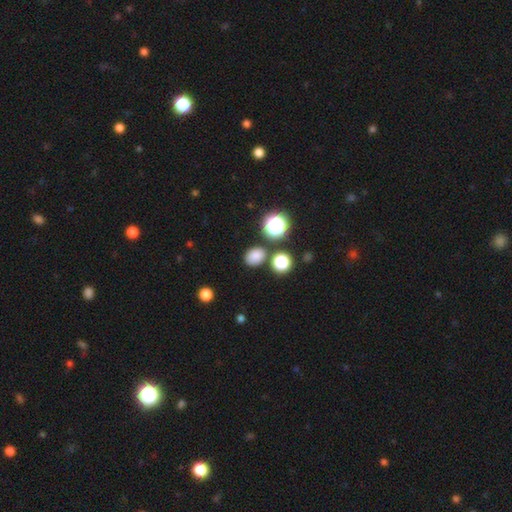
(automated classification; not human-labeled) Smooth or featured: smooth — 79% (star or artifact — 15%)
How rounded: in between — 58% (round — 41%)
Merging: none — 79% (minor disturbance — 11%)